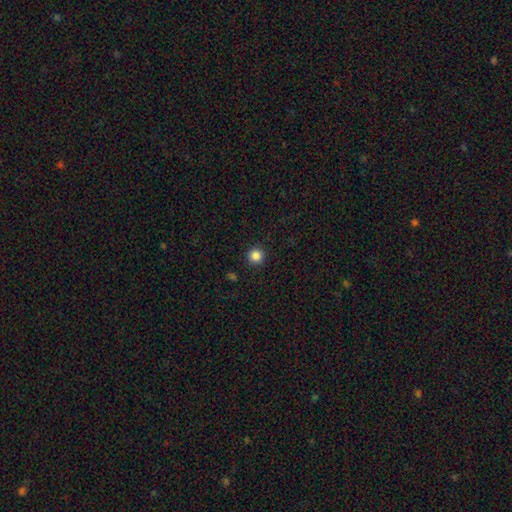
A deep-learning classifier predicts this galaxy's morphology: smooth_or_featured: smooth (p=0.85) [alt: star or artifact p=0.11]
how_rounded: round (p=0.95) [alt: in between p=0.04]
merging: none (p=0.92) [alt: minor disturbance p=0.05]